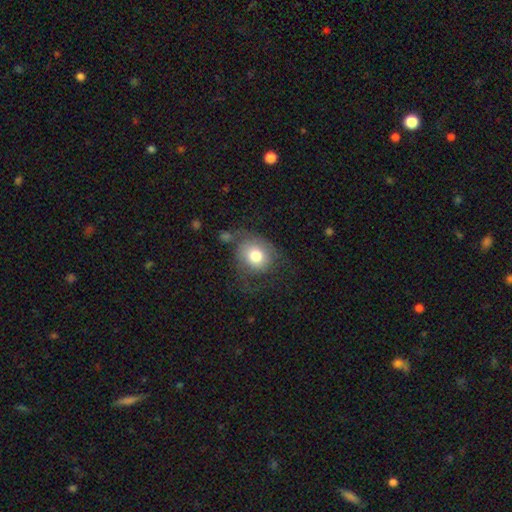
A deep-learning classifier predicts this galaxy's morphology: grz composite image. It shows a smooth galaxy with no disk features (71%) that is round (73%). Merging: none (46%).